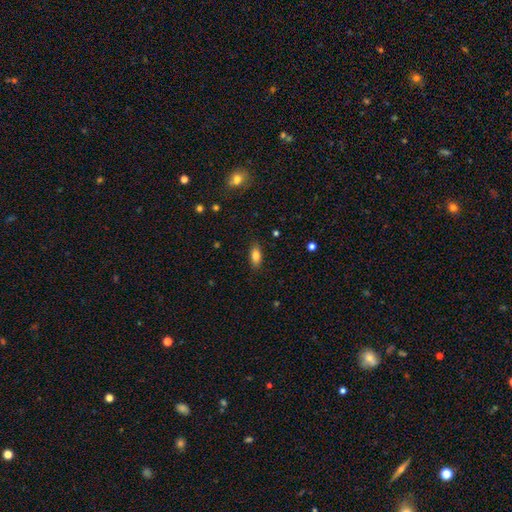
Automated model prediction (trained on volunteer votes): The model was most divided on "smooth or featured": smooth: 82%, featured or disk: 9%, star or artifact: 9%. More confident: merging — none (86%); how rounded — in between (85%).